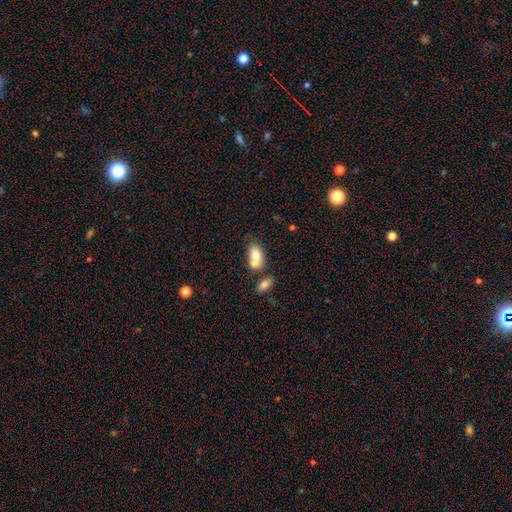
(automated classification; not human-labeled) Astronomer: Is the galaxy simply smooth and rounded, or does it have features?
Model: smooth — 75%.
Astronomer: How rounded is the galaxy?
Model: in between — 82%.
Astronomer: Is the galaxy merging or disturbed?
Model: merger — 49% (runner-up: none, 34%).